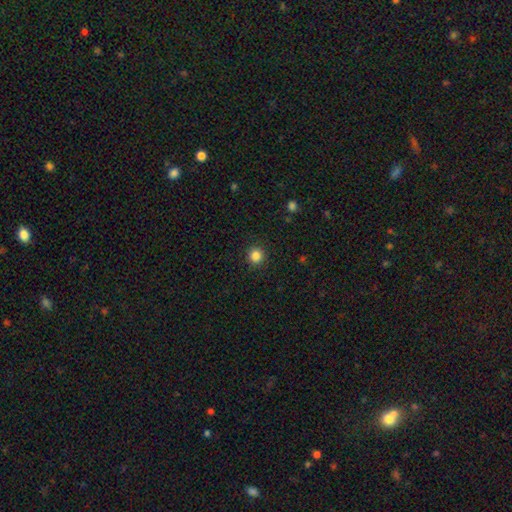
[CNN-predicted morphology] The model was most divided on "smooth or featured": smooth: 85%, star or artifact: 11%, featured or disk: 4%. More confident: how rounded — round (95%); merging — none (92%).